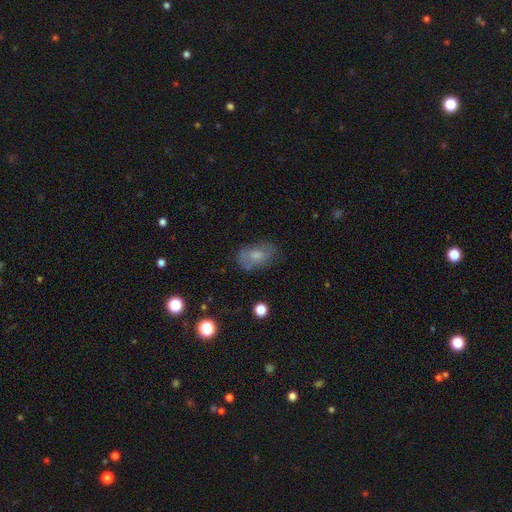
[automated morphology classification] This is likely a smooth galaxy (62%). How rounded: clearly in between (87%). Merging: likely none (62%).